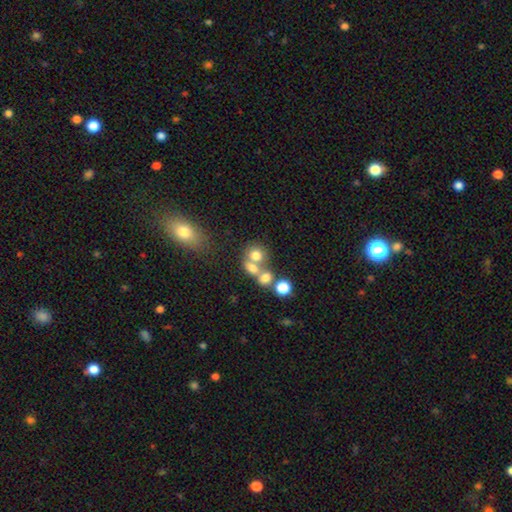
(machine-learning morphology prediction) smooth_or_featured: smooth (p=0.69) [alt: featured or disk p=0.18]
how_rounded: round (p=0.72) [alt: in between p=0.27]
merging: merger (p=0.51) [alt: none p=0.35]